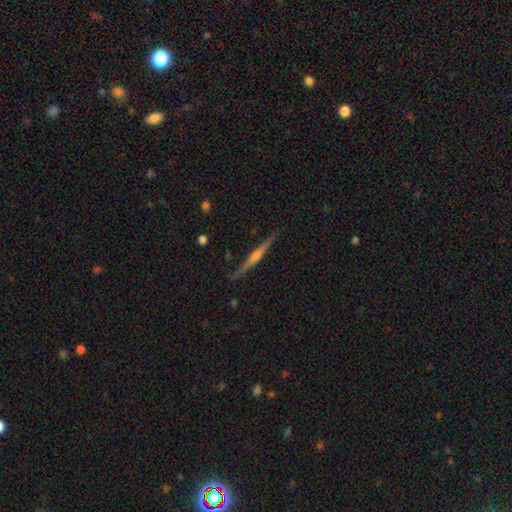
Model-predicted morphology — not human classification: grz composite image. It shows a featured or disk galaxy (81%) viewed edge-on (98%) with a rounded central bulge (84%). Merging: none (89%).